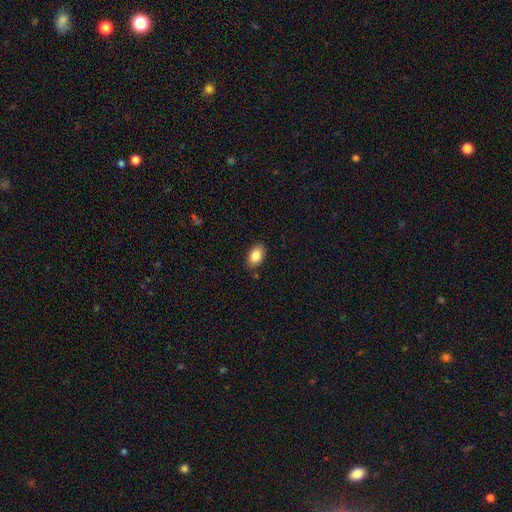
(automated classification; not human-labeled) Smooth or featured?
  - smooth: 86% *
  - star or artifact: 8%
  - featured or disk: 6%
How rounded?
  - in between: 89% *
  - round: 10%
  - cigar-shaped: 1%
Merging?
  - none: 86% *
  - minor disturbance: 10%
  - major disturbance: 2%
  - merger: 1%